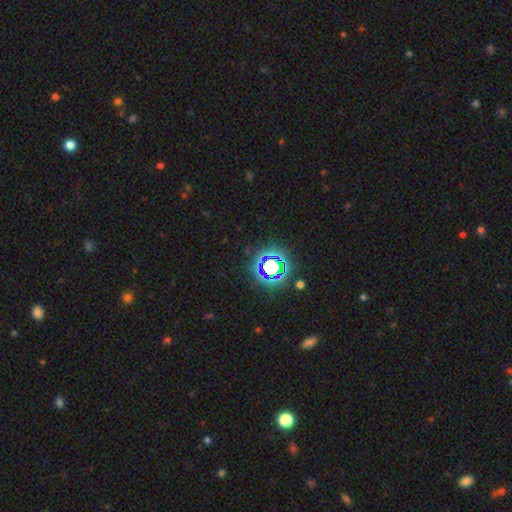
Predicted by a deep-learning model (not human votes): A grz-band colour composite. It shows a star or artifact, not a galaxy (77%).